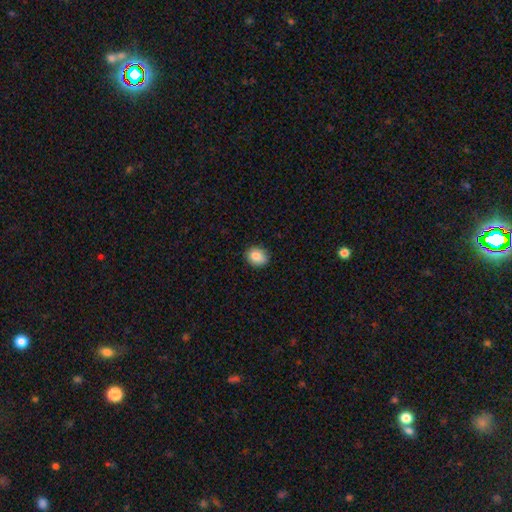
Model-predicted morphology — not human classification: Smooth or featured?
  - smooth: 85% *
  - star or artifact: 9%
  - featured or disk: 7%
How rounded?
  - round: 57% *
  - in between: 43%
  - cigar-shaped: 1%
Merging?
  - none: 88% *
  - minor disturbance: 9%
  - major disturbance: 2%
  - merger: 1%